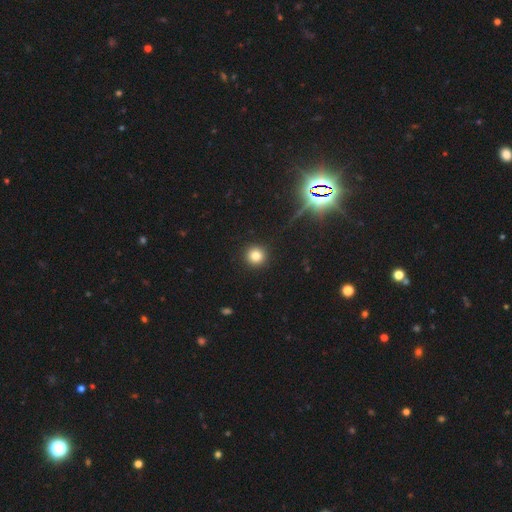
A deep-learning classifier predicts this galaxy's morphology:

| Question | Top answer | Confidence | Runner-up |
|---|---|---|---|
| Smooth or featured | smooth | 80% | star or artifact (14%) |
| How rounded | round | 95% | in between (4%) |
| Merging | none | 92% | minor disturbance (5%) |